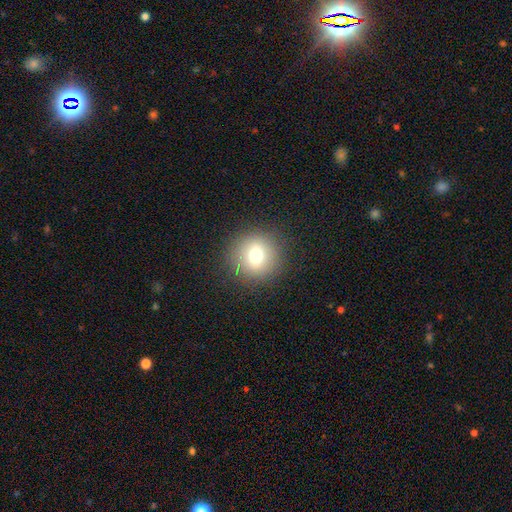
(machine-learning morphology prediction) This appears to be a smooth galaxy with no disk features (73%) that is round (94%). Merging: none (89%).